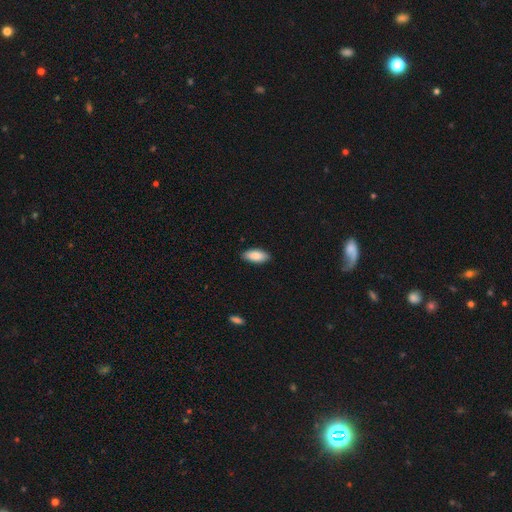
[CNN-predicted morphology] This appears to be a smooth galaxy with no disk features (88%) that is in between round and cigar-shaped (88%). Merging: none (89%).